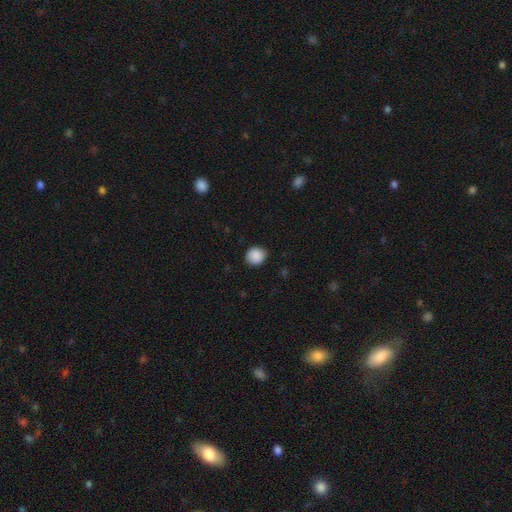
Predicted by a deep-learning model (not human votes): Overall: smooth (89%). How rounded: round (83%). Merging: none (84%).